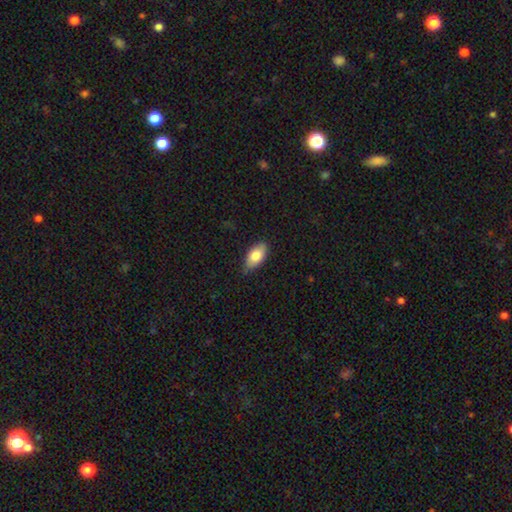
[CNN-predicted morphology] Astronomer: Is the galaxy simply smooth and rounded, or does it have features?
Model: smooth — 80%.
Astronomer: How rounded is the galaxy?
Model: in between — 92%.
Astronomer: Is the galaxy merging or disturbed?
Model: none — 80%.